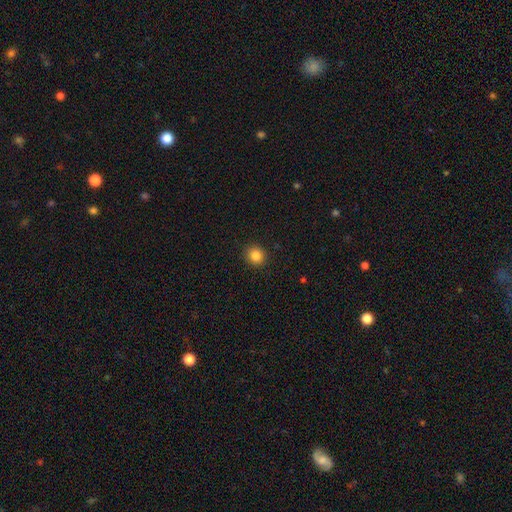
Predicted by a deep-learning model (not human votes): This appears to be a smooth galaxy with no disk features (85%) that is round (87%). Merging: none (91%).